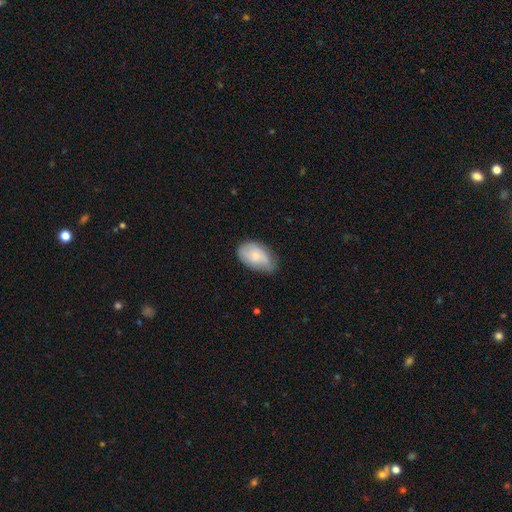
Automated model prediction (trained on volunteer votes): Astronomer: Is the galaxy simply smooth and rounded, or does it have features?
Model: smooth — 70%.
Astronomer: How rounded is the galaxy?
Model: in between — 92%.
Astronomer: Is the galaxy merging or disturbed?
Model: none — 56% (runner-up: minor disturbance, 35%).